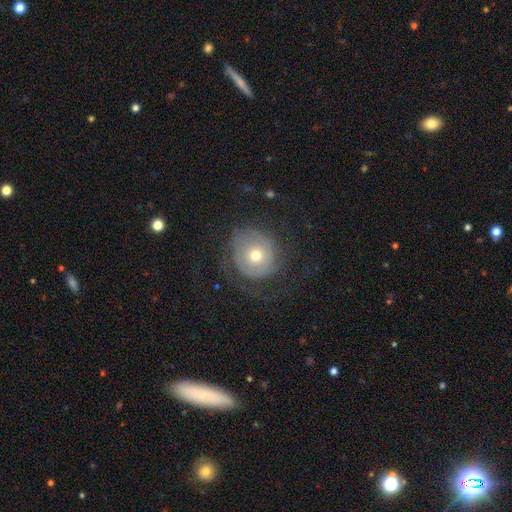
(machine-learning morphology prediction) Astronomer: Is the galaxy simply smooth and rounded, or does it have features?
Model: featured or disk — 50% (runner-up: smooth, 41%).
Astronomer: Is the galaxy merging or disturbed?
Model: none — 59%.